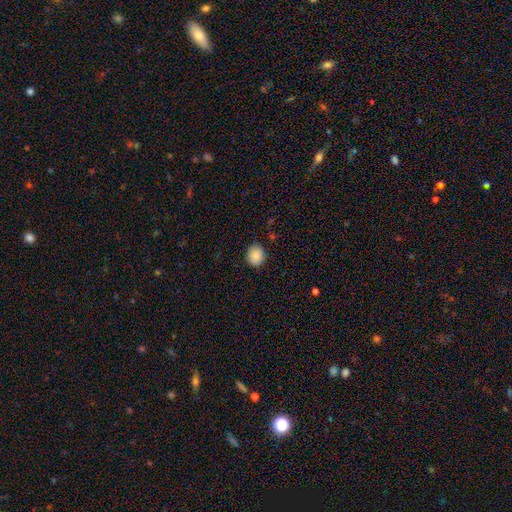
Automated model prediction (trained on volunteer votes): Smooth or featured? Predicted: smooth (p=0.88). How rounded? Predicted: round (p=0.66). Merging? Predicted: none (p=0.86).